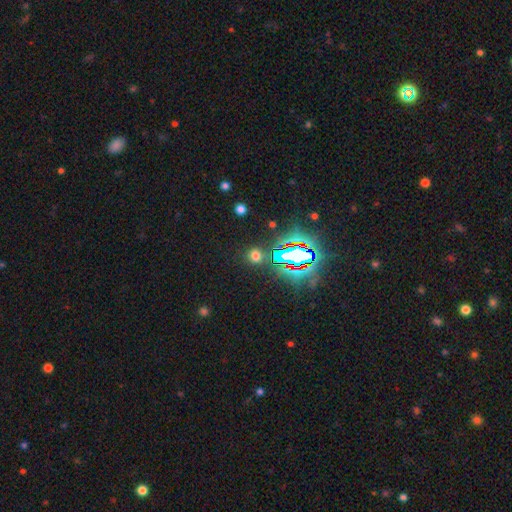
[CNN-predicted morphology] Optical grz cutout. It shows a smooth galaxy with no disk features (56%) that is round (84%). Merging: none (85%).